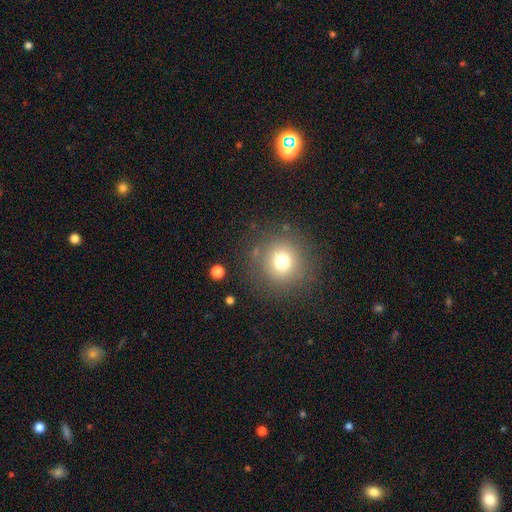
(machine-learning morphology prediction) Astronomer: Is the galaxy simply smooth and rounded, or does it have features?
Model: smooth — 66%.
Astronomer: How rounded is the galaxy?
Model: round — 93%.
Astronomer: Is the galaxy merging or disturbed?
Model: none — 86%.